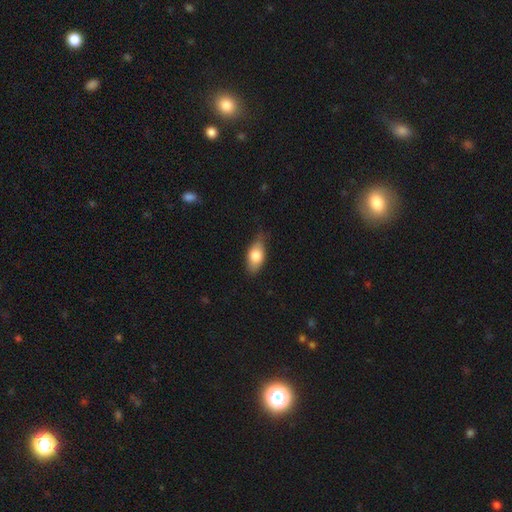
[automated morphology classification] A smooth galaxy with no disk features (77%) that is in between round and cigar-shaped (88%).

Vote fractions:
- Smooth or featured? smooth: 77% / featured or disk: 17% / star or artifact: 7%
- How rounded? in between: 88% / cigar-shaped: 7% / round: 6%
- Merging? none: 70% / minor disturbance: 24% / major disturbance: 4% / merger: 1%